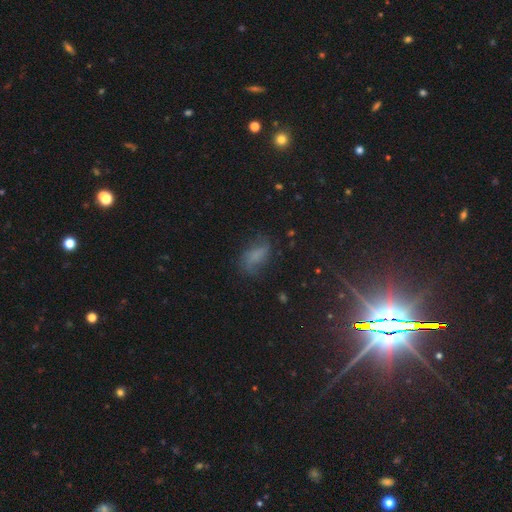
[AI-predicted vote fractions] The model was most divided on "smooth or featured": smooth: 49%, featured or disk: 32%, star or artifact: 19%. More confident: merging — none (59%).